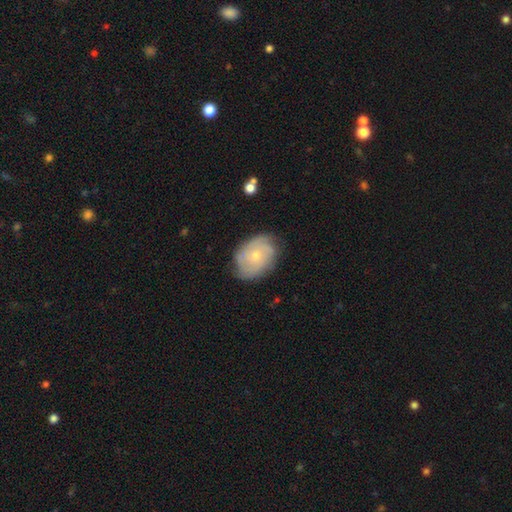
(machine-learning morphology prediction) This is possibly a featured or disk galaxy (55%). It is clearly not viewed edge-on (96%). Bar: clearly no (84%). Spiral arm pattern: likely yes (75%). Central bulge: likely small (63%). Merging: likely none (74%).